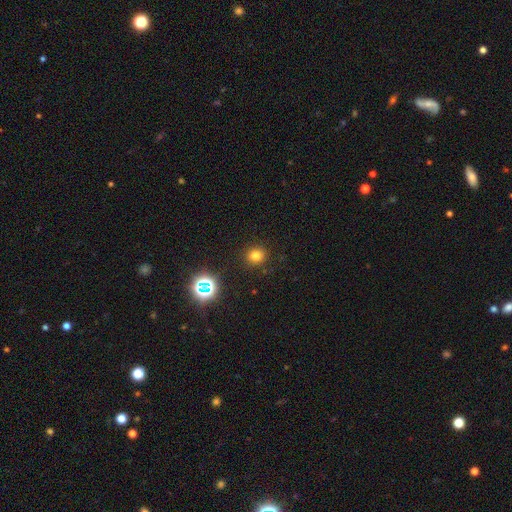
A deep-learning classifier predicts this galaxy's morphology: smooth_or_featured: smooth (p=0.75) [alt: star or artifact p=0.19]
how_rounded: round (p=0.87) [alt: in between p=0.12]
merging: none (p=0.89) [alt: minor disturbance p=0.07]